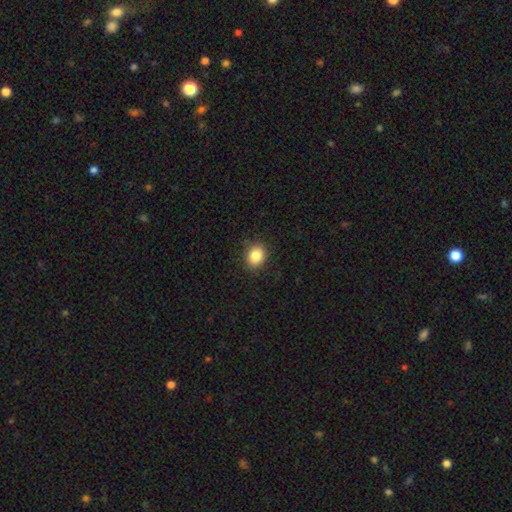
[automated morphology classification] A smooth galaxy with no disk features (86%) that is round (58%). Merging: none (88%).